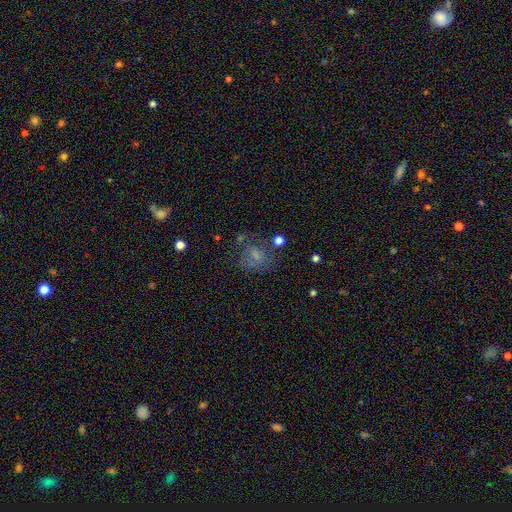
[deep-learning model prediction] Smooth or featured? Predicted: smooth (p=0.51). How rounded? Predicted: round (p=0.53). Merging? Predicted: none (p=0.49).